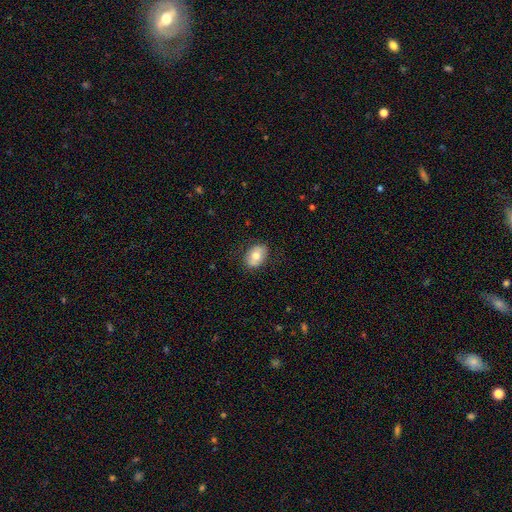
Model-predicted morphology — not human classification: smooth 68%, featured or disk 25%, star or artifact 7%. Down the decision tree: how rounded — in between (75%); merging — none (82%).